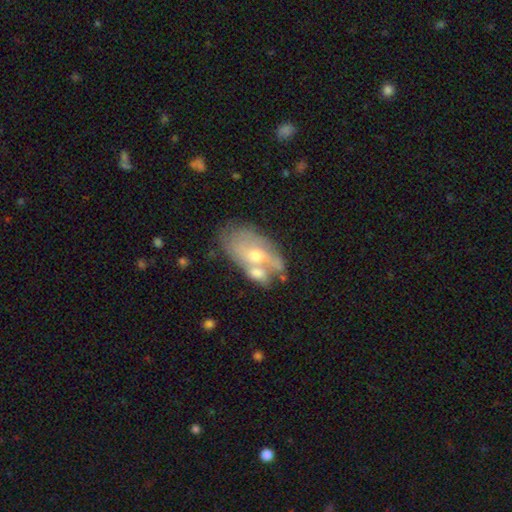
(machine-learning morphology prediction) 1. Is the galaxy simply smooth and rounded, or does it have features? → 57% featured or disk, 36% smooth, 8% star or artifact.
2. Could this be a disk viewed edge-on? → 91% no, 9% yes.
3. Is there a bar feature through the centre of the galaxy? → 71% no, 23% weak, 6% strong.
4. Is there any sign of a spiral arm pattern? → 52% yes, 48% no.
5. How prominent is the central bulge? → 60% moderate, 35% small, 3% large, 1% none, 1% dominant.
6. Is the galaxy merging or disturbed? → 40% merger, 34% none, 17% minor disturbance, 9% major disturbance.